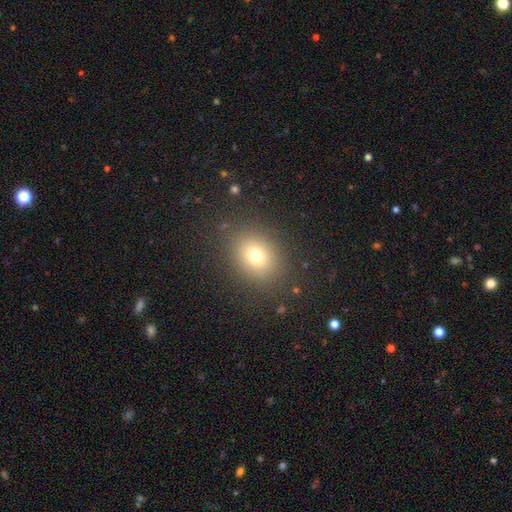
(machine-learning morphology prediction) This is likely a smooth galaxy (72%). How rounded: possibly round (50%). Merging: clearly none (85%).